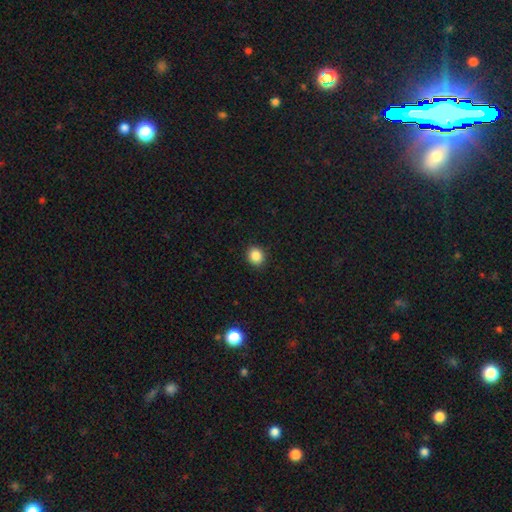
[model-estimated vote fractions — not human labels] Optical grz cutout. It shows a smooth galaxy with no disk features (87%) that is round (73%). Merging: none (91%).